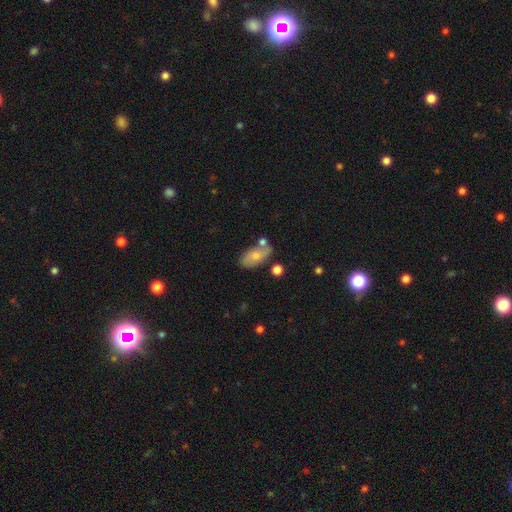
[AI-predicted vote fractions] The model was most divided on "merging": none: 59%, minor disturbance: 21%, merger: 15%, major disturbance: 6%. More confident: how rounded — in between (89%); smooth or featured — smooth (68%).